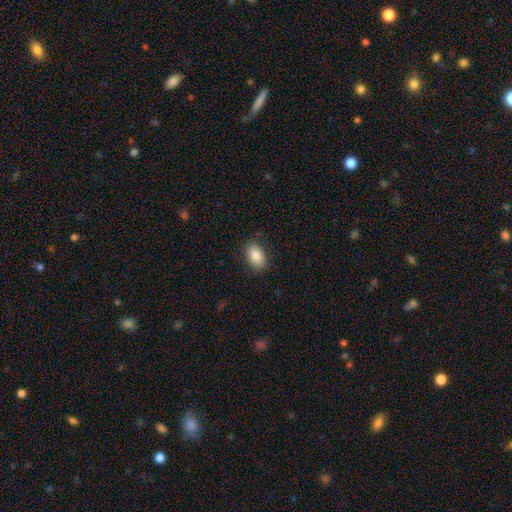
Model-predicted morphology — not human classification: Q: Smooth or featured?
A: smooth (84%); runner-up: featured or disk (8%)
Q: How rounded?
A: in between (90%); runner-up: round (9%)
Q: Merging?
A: none (86%); runner-up: minor disturbance (11%)